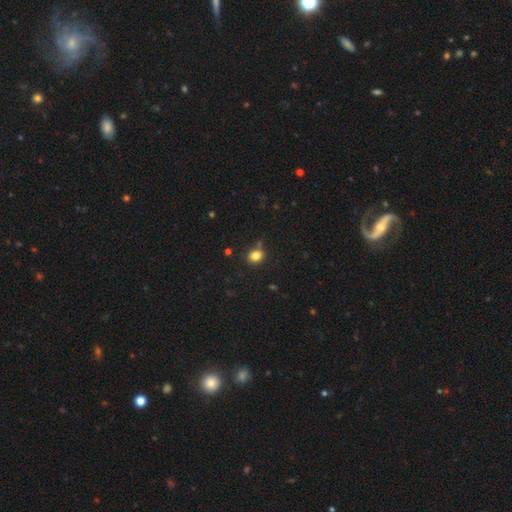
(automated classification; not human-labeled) Smooth or featured? Predicted: smooth (p=0.82). How rounded? Predicted: round (p=0.62). Merging? Predicted: none (p=0.78).